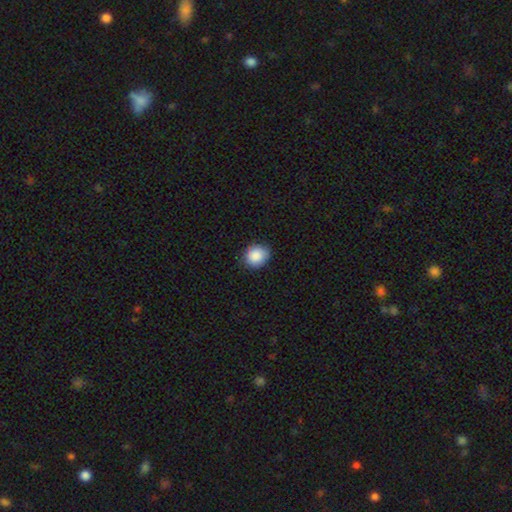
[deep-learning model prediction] smooth_or_featured: smooth (p=0.88) [alt: star or artifact p=0.08]
how_rounded: round (p=0.70) [alt: in between p=0.29]
merging: none (p=0.84) [alt: minor disturbance p=0.13]